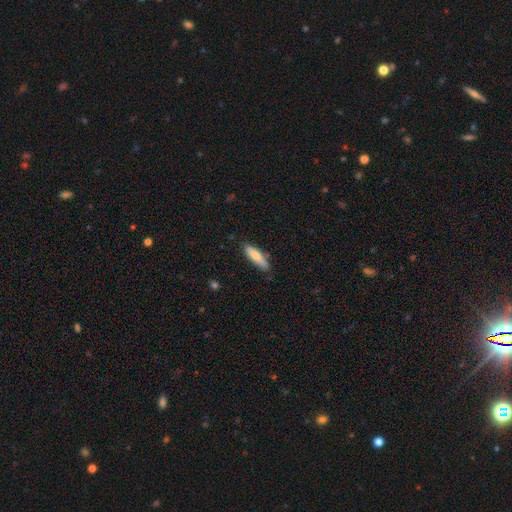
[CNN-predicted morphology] This is likely a smooth galaxy (78%). How rounded: likely cigar-shaped (65%). Merging: clearly none (81%).